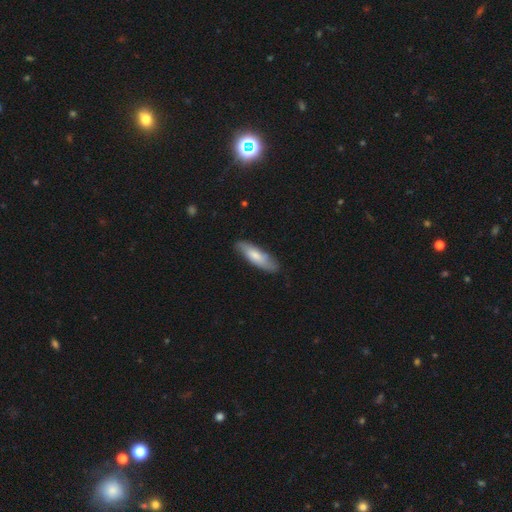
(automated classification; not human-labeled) A smooth galaxy with no disk features (69%) that is cigar-shaped (52%).

Vote fractions:
- Smooth or featured? smooth: 69% / featured or disk: 26% / star or artifact: 5%
- How rounded? cigar-shaped: 52% / in between: 47% / round: 2%
- Merging? none: 80% / minor disturbance: 16% / major disturbance: 3% / merger: 1%